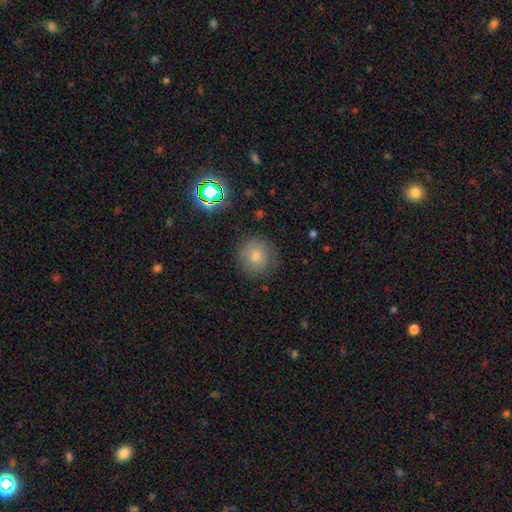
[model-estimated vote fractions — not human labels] Smooth or featured? Predicted: smooth (p=0.65). How rounded? Predicted: round (p=0.92). Merging? Predicted: none (p=0.84).